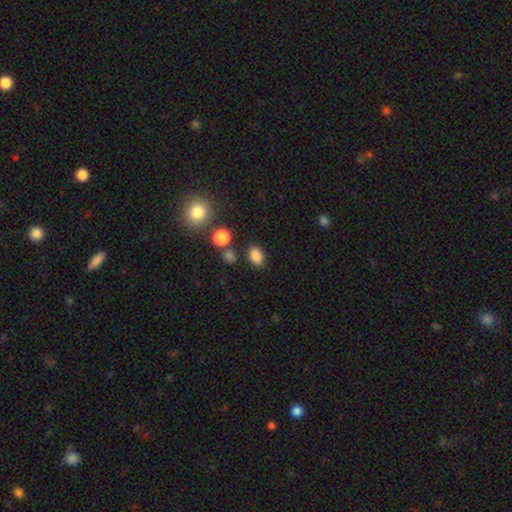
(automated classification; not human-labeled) This is clearly a smooth galaxy (84%). How rounded: likely in between (74%). Merging: clearly none (80%).